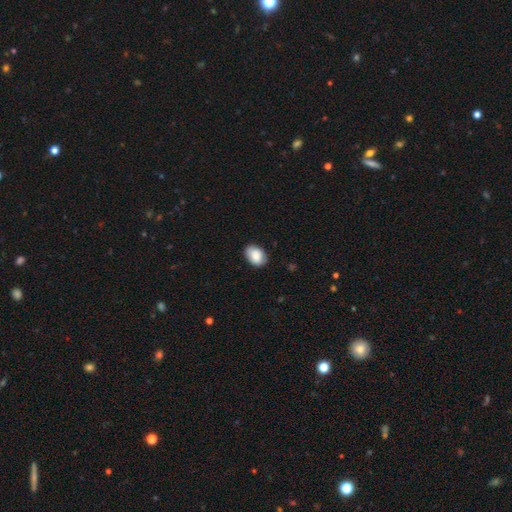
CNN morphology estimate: This appears to be a smooth galaxy with no disk features (86%) that is in between round and cigar-shaped (80%). Merging: none (83%).